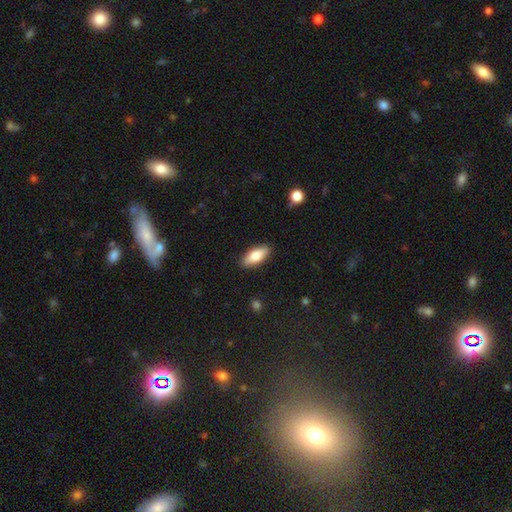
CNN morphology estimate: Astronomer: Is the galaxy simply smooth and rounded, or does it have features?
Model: smooth — 77%.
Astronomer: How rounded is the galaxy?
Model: in between — 79%.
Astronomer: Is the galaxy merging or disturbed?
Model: none — 89%.